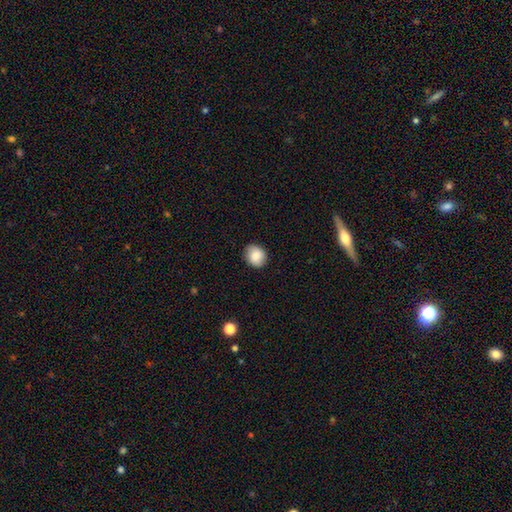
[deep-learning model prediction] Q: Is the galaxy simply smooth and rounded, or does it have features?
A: smooth — 84%.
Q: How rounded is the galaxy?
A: round — 68%.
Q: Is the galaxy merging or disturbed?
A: none — 88%.